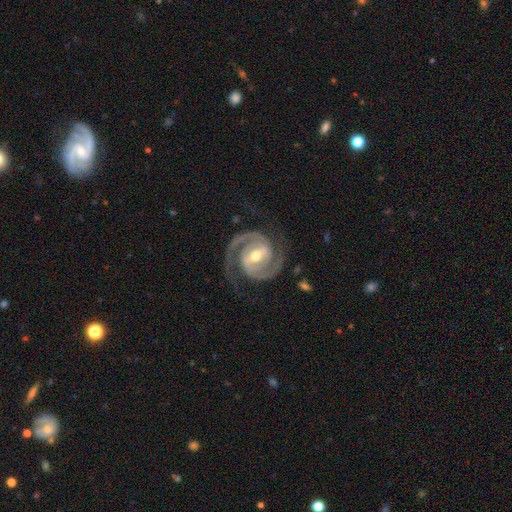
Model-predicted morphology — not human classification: Smooth or featured?
  - featured or disk: 94% *
  - star or artifact: 4%
  - smooth: 3%
Edge-on disk?
  - no: 98% *
  - yes: 2%
Bar?
  - weak: 42% *
  - strong: 38%
  - no: 20%
Spiral arms?
  - yes: 99% *
  - no: 1%
Spiral winding?
  - tight: 49% *
  - medium: 45%
  - loose: 6%
Spiral arm count?
  - 2: 93% *
  - 3: 2%
  - can't tell: 2%
  - 1: 1%
  - 4: 1%
  - more than 4: 1%
Bulge size?
  - moderate: 71% *
  - small: 23%
  - large: 4%
  - none: 1%
  - dominant: 1%
Merging?
  - none: 81% *
  - minor disturbance: 12%
  - major disturbance: 5%
  - merger: 1%